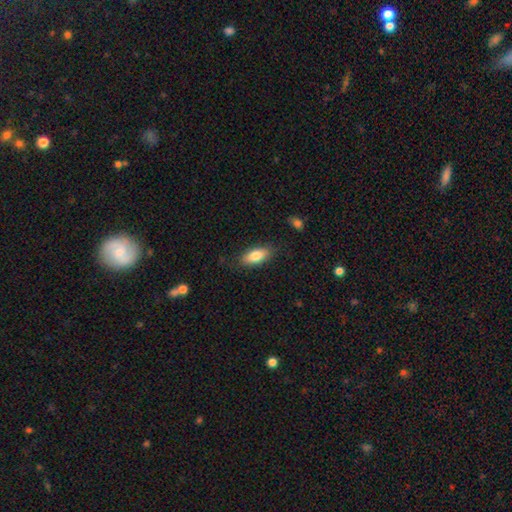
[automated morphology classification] Q: Smooth or featured?
A: smooth (81%); runner-up: featured or disk (12%)
Q: How rounded?
A: in between (82%); runner-up: cigar-shaped (14%)
Q: Merging?
A: none (83%); runner-up: minor disturbance (13%)